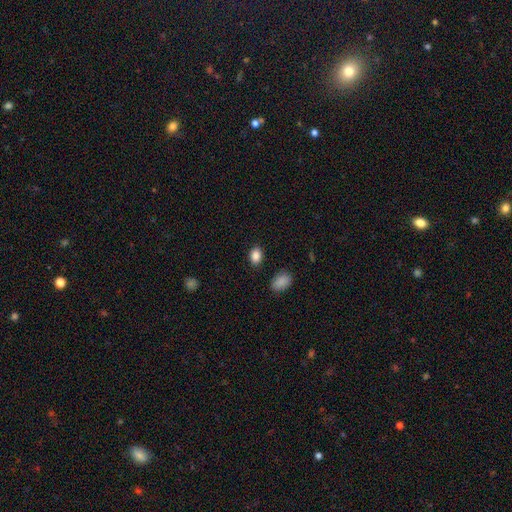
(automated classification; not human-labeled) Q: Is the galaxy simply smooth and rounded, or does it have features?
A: smooth — 87%.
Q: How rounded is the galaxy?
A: in between — 76%.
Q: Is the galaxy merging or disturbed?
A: none — 88%.